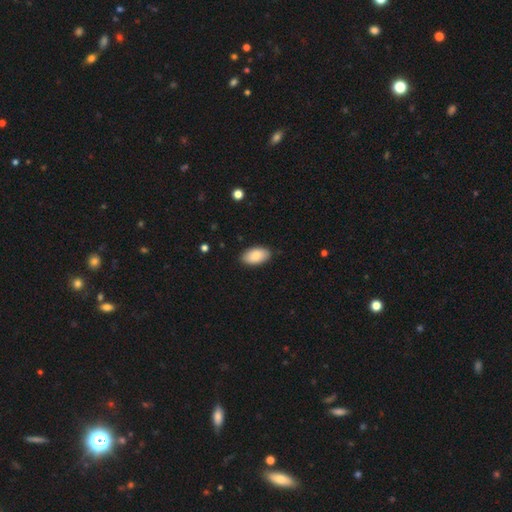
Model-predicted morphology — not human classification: A smooth galaxy with no disk features (87%) that is in between round and cigar-shaped (95%).

Vote fractions:
- Smooth or featured? smooth: 87% / featured or disk: 7% / star or artifact: 6%
- How rounded? in between: 95% / round: 3% / cigar-shaped: 2%
- Merging? none: 88% / minor disturbance: 10% / major disturbance: 2% / merger: 1%